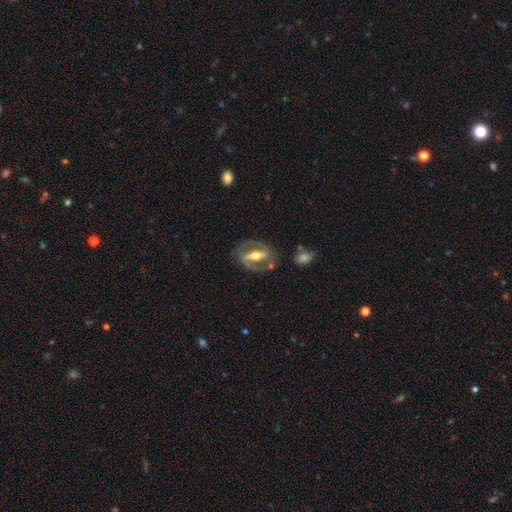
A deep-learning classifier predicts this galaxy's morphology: smooth-or-featured: featured or disk: 79% | smooth: 16% | star or artifact: 5%
  disk-edge-on: no: 86% | yes: 14%
    bar: strong: 70% | weak: 17% | no: 12%
    has-spiral-arms: yes: 70% | no: 30%
    bulge-size: moderate: 67% | small: 22% | large: 9% | dominant: 1% | none: 1%
  merging: none: 75% | minor disturbance: 14% | major disturbance: 8% | merger: 4%